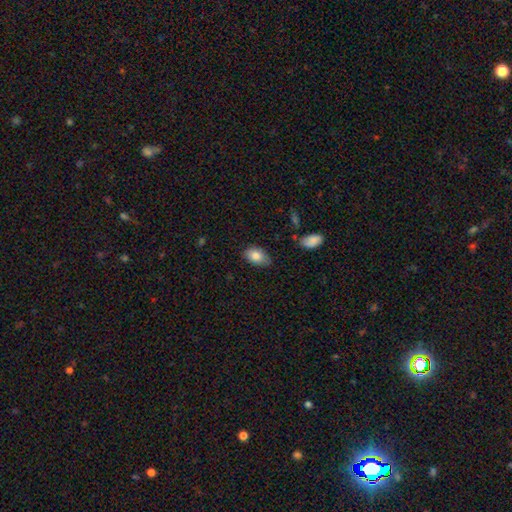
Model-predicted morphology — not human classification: type=smooth (83%); roundness=in between (89%); merging=none (69%).